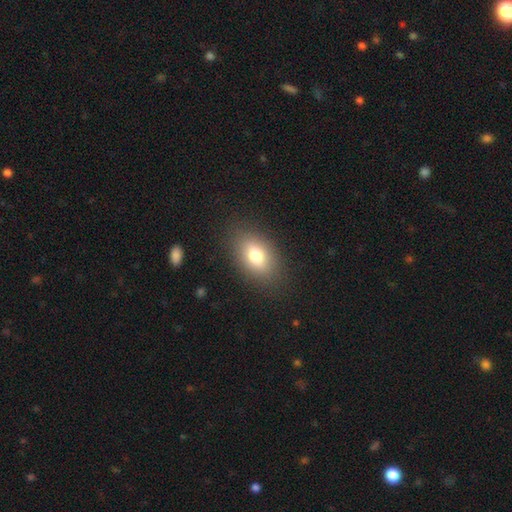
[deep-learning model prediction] Morphology: type=smooth (77%); roundness=in between (85%); merging=none (85%).